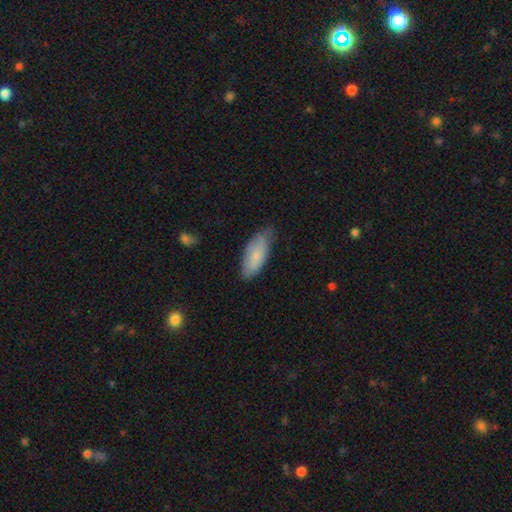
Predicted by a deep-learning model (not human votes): Overall: smooth (75%). How rounded: in between (80%). Merging: none (66%; minor disturbance 28%).